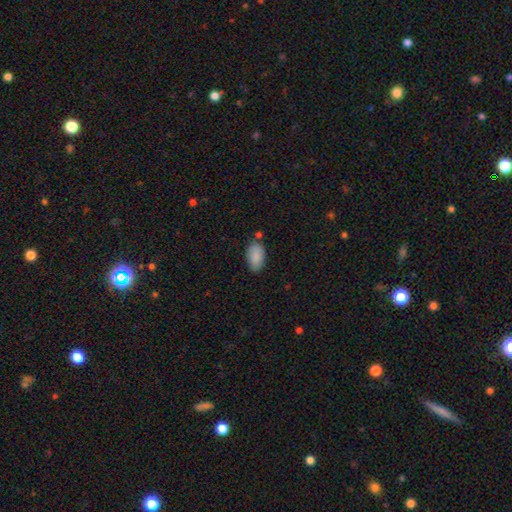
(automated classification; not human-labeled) smooth 89%, star or artifact 7%, featured or disk 5%. Down the decision tree: how rounded — in between (94%); merging — none (75%).